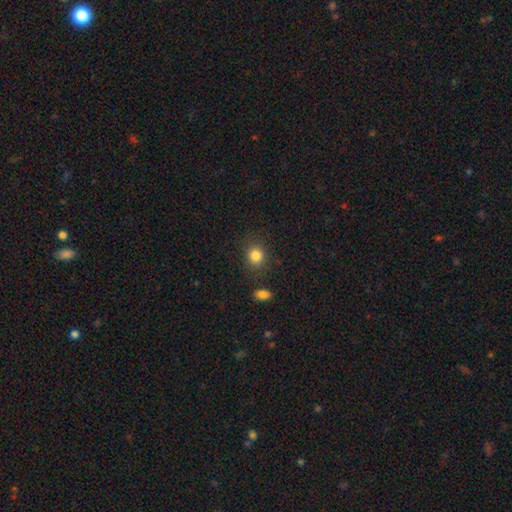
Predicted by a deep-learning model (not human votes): Q: Smooth or featured?
A: smooth (84%); runner-up: star or artifact (11%)
Q: How rounded?
A: round (79%); runner-up: in between (20%)
Q: Merging?
A: none (81%); runner-up: minor disturbance (11%)